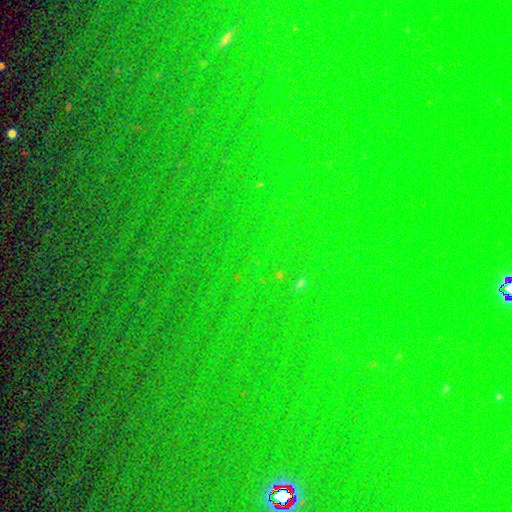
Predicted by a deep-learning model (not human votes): Morphology: type=star or artifact (79%).